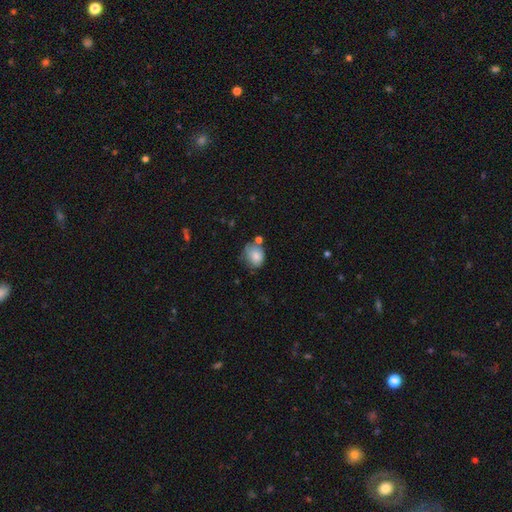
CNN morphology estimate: smooth_or_featured: smooth (p=0.79) [alt: featured or disk p=0.12]
how_rounded: in between (p=0.52) [alt: round p=0.47]
merging: none (p=0.49) [alt: minor disturbance p=0.30]